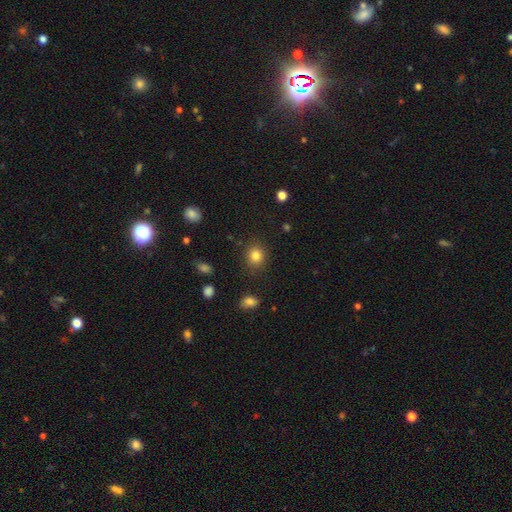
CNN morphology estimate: Smooth or featured: smooth — 83% (star or artifact — 11%)
How rounded: round — 73% (in between — 26%)
Merging: none — 87% (minor disturbance — 8%)